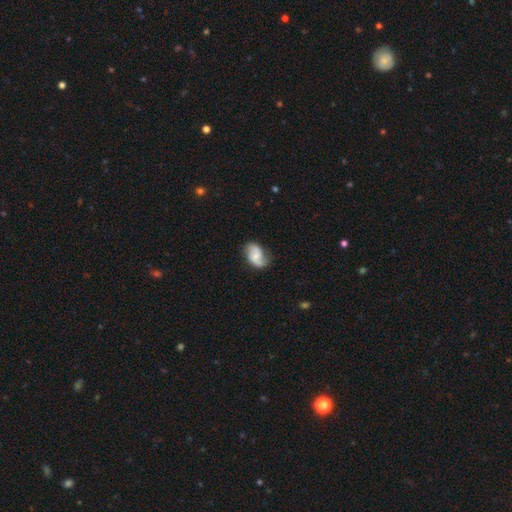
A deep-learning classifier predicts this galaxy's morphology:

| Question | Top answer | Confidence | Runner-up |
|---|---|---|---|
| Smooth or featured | featured or disk | 60% | smooth (33%) |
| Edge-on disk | no | 97% | yes (3%) |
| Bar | no | 53% | weak (38%) |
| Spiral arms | yes | 92% | no (8%) |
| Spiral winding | loose | 47% | medium (37%) |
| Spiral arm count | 2 | 84% | 1 (7%) |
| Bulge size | small | 41% | moderate (32%) |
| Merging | none | 66% | minor disturbance (24%) |